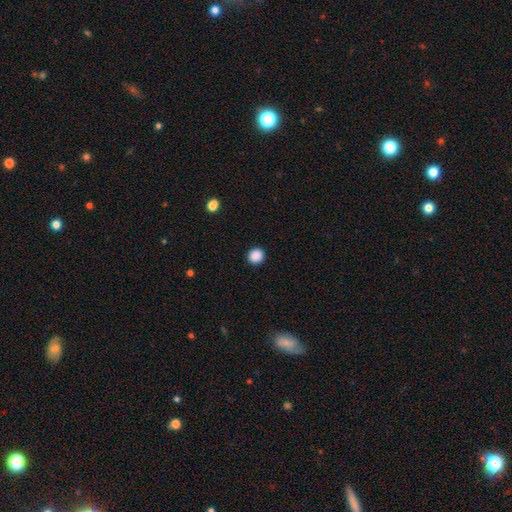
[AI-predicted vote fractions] This appears to be a smooth galaxy with no disk features (88%) that is round (91%). Merging: none (92%).